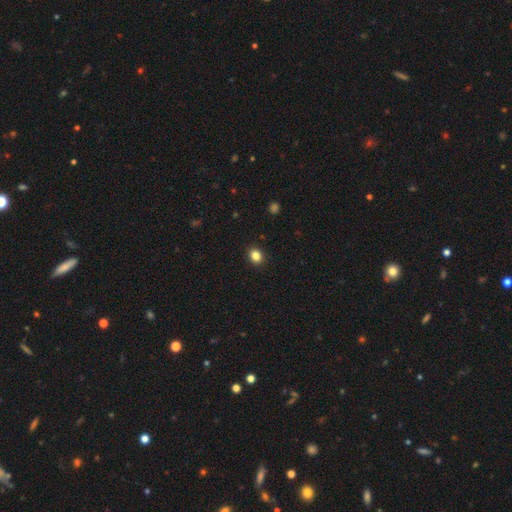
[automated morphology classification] smooth 84%, star or artifact 11%, featured or disk 5%. Down the decision tree: how rounded — round (57%); merging — none (91%).